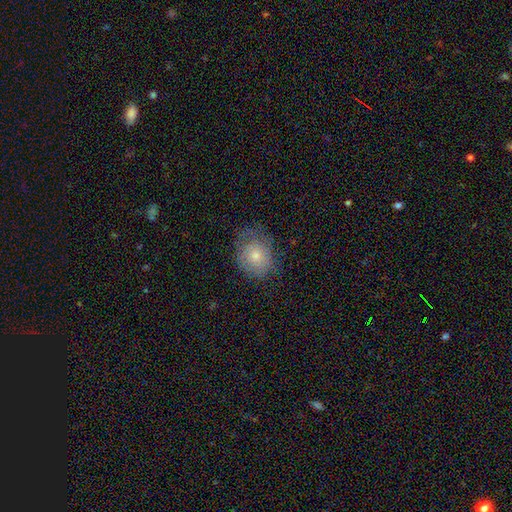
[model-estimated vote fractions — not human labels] Smooth or featured?
  - smooth: 62% *
  - featured or disk: 28%
  - star or artifact: 10%
How rounded?
  - round: 59% *
  - in between: 40%
  - cigar-shaped: 1%
Merging?
  - none: 61% *
  - minor disturbance: 26%
  - major disturbance: 12%
  - merger: 1%